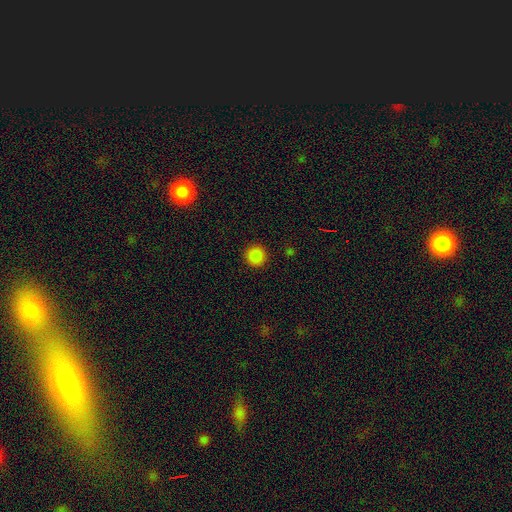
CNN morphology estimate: Smooth or featured? Predicted: smooth (p=0.87). How rounded? Predicted: round (p=0.95). Merging? Predicted: none (p=0.92).